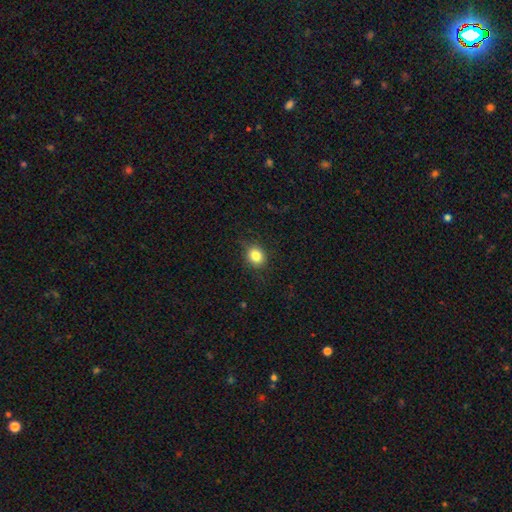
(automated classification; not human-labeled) Smooth or featured?
  - smooth: 83% *
  - star or artifact: 11%
  - featured or disk: 7%
How rounded?
  - round: 66% *
  - in between: 33%
  - cigar-shaped: 1%
Merging?
  - none: 81% *
  - minor disturbance: 14%
  - major disturbance: 4%
  - merger: 1%